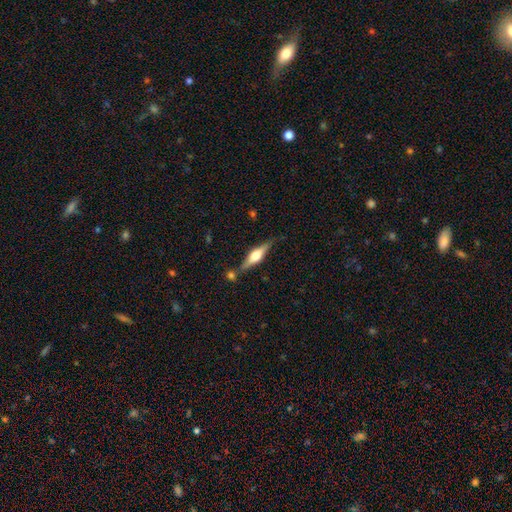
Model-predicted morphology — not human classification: Smooth or featured: featured or disk — 68% (smooth — 26%)
Edge-on disk: yes — 96% (no — 4%)
Edge-on bulge: rounded — 92% (boxy — 6%)
Merging: none — 75% (minor disturbance — 13%)